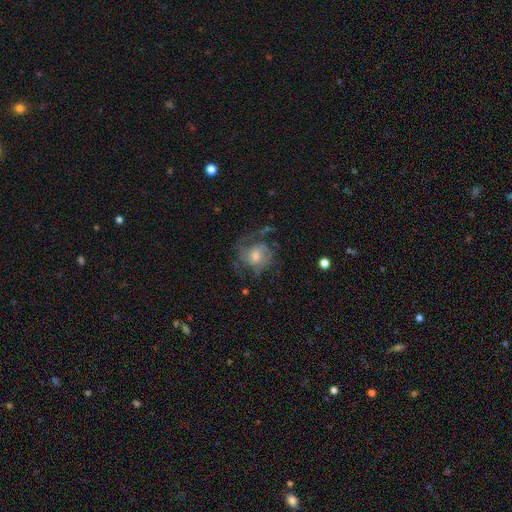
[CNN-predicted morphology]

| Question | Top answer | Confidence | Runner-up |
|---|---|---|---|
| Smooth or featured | featured or disk | 60% | smooth (32%) |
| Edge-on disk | no | 97% | yes (3%) |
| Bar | no | 69% | weak (26%) |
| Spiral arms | yes | 75% | no (25%) |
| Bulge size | moderate | 48% | small (33%) |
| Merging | none | 45% | major disturbance (33%) |